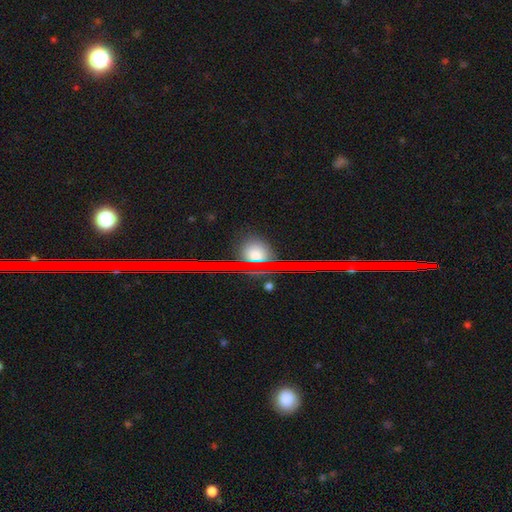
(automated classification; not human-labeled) Morphology: type=smooth (49%); merging=none (85%).